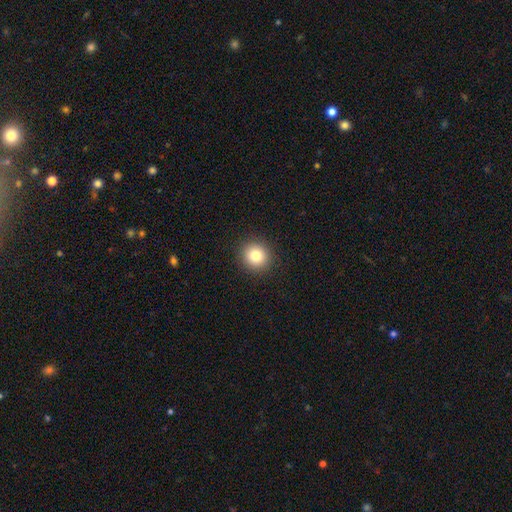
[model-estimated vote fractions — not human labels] smooth 83%, star or artifact 10%, featured or disk 7%. Down the decision tree: how rounded — round (91%); merging — none (92%).